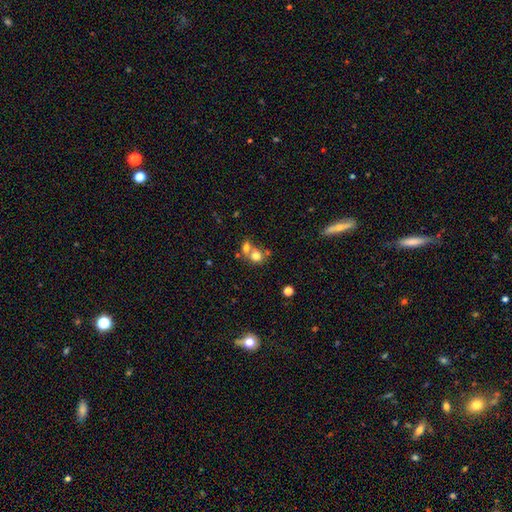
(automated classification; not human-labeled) Q: Smooth or featured?
A: smooth (74%); runner-up: featured or disk (14%)
Q: How rounded?
A: round (72%); runner-up: in between (27%)
Q: Merging?
A: merger (54%); runner-up: none (35%)